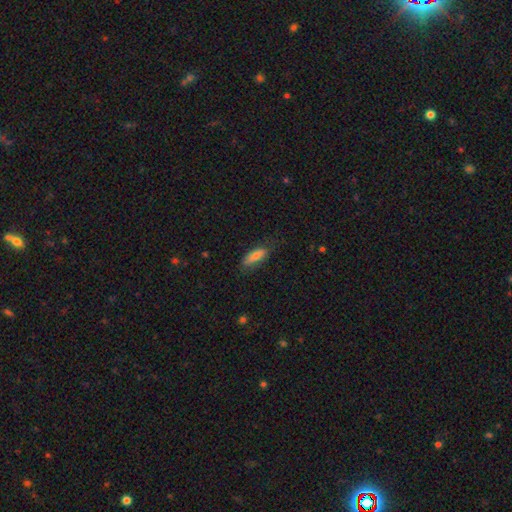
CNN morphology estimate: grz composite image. It shows a smooth galaxy with no disk features (77%) that is in between round and cigar-shaped (59%). Merging: none (71%).